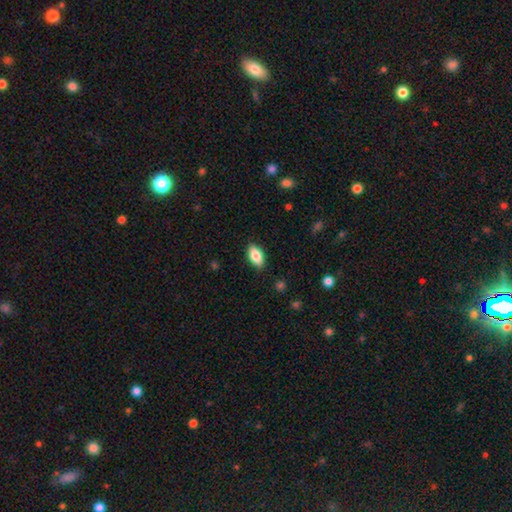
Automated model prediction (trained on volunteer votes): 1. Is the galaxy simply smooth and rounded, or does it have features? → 82% smooth, 11% featured or disk, 7% star or artifact.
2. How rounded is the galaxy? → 89% in between, 7% cigar-shaped, 4% round.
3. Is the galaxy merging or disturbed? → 87% none, 10% minor disturbance, 2% major disturbance, 1% merger.